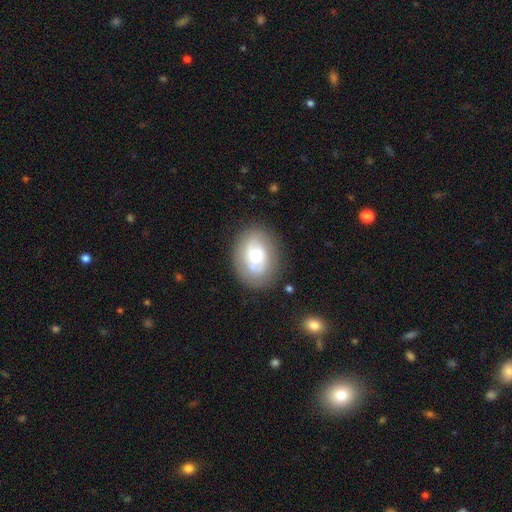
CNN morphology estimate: This appears to be a smooth galaxy with no disk features (50%) that is in between round and cigar-shaped (71%). Merging: none (76%).